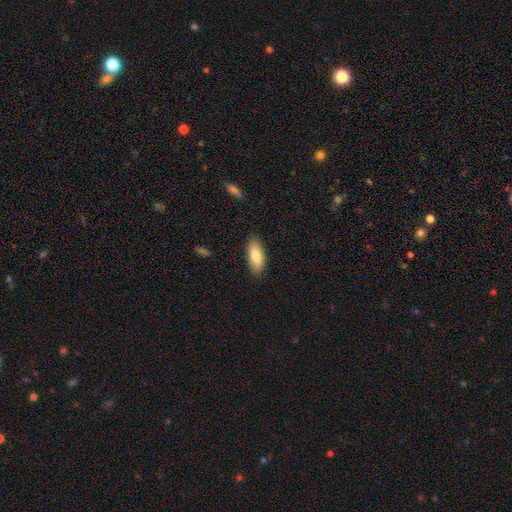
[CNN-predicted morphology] Overall: smooth (81%). How rounded: in between (76%). Merging: none (87%).